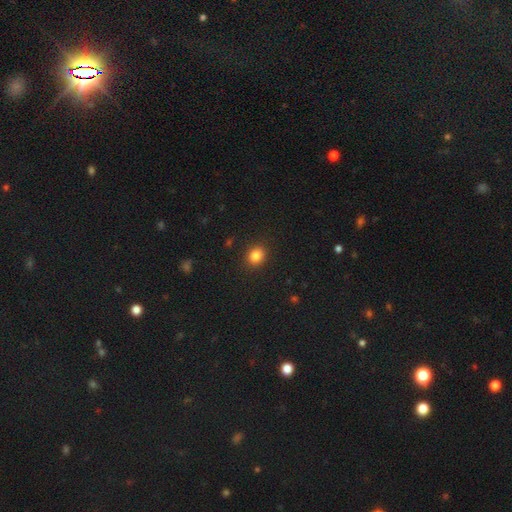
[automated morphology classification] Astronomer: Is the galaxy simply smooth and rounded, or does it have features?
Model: smooth — 84%.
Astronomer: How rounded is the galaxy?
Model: round — 55% (runner-up: in between, 44%).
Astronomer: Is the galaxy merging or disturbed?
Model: none — 89%.